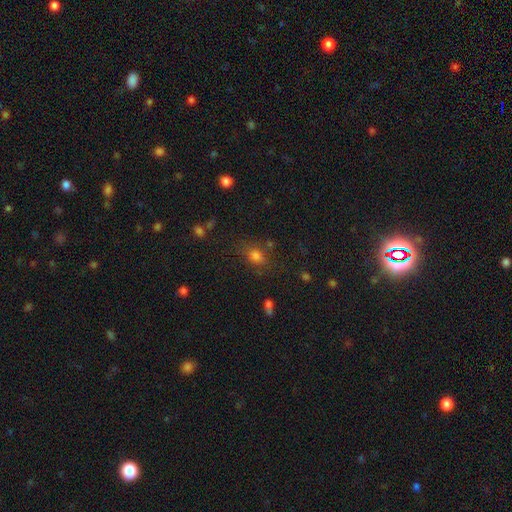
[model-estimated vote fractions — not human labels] Morphology: type=smooth (74%); roundness=in between (53%); merging=none (68%).